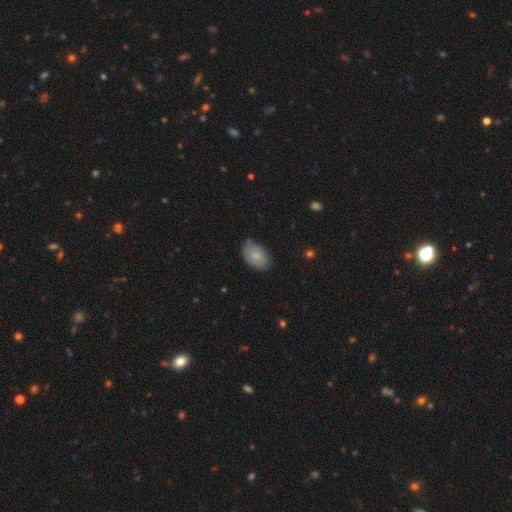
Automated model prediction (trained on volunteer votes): The model was most divided on "merging": none: 72%, minor disturbance: 23%, major disturbance: 4%, merger: 1%. More confident: how rounded — in between (91%); smooth or featured — smooth (77%).